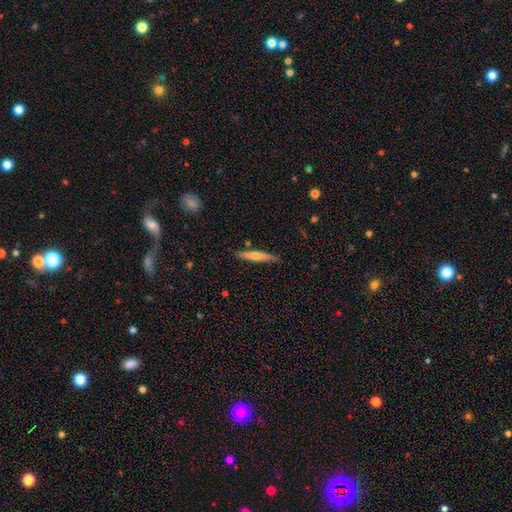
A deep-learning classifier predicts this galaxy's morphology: Smooth or featured: smooth — 52% (featured or disk — 42%)
How rounded: cigar-shaped — 92% (in between — 7%)
Merging: none — 85% (minor disturbance — 11%)